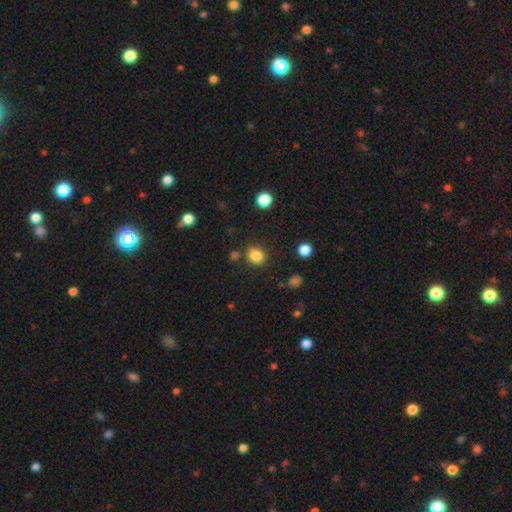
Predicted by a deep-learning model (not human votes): Morphology: type=smooth (84%); roundness=round (71%); merging=none (81%).